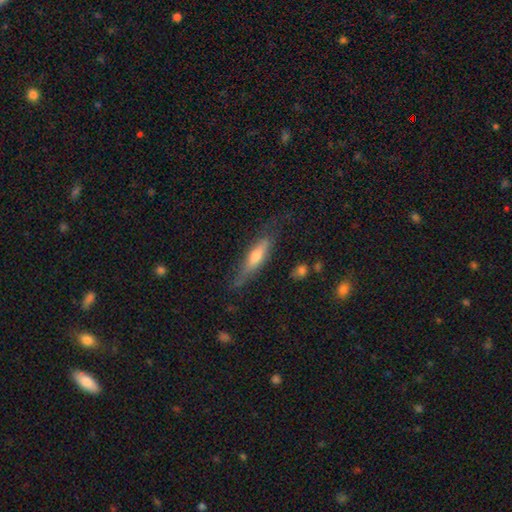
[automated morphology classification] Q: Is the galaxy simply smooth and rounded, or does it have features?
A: smooth — 48%.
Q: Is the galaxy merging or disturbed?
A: none — 71%.